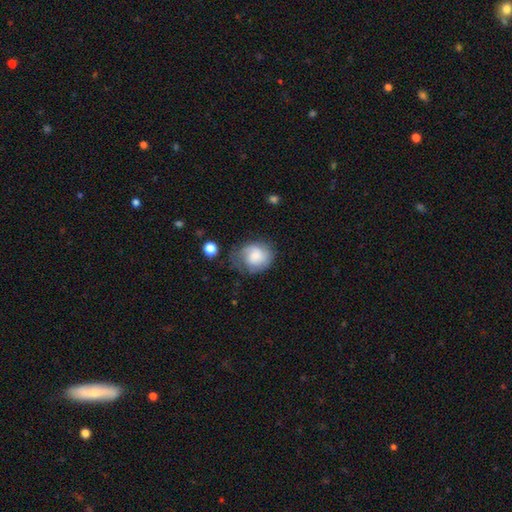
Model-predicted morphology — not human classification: A smooth galaxy with no disk features (59%) that is round (65%). Merging: none (47%).